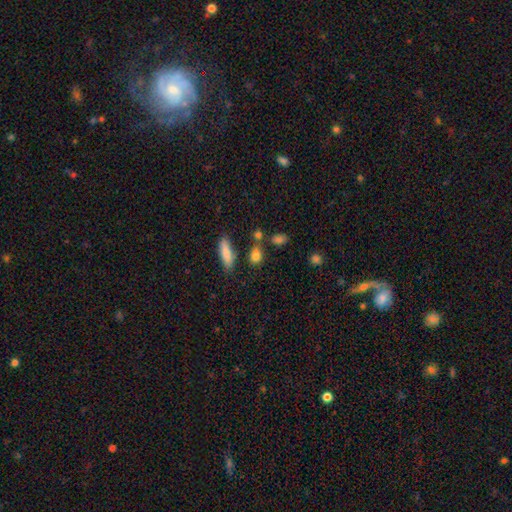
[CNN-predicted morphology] The model was most divided on "how rounded": in between: 60%, round: 29%, cigar-shaped: 11%. More confident: smooth or featured — smooth (82%); merging — none (68%).